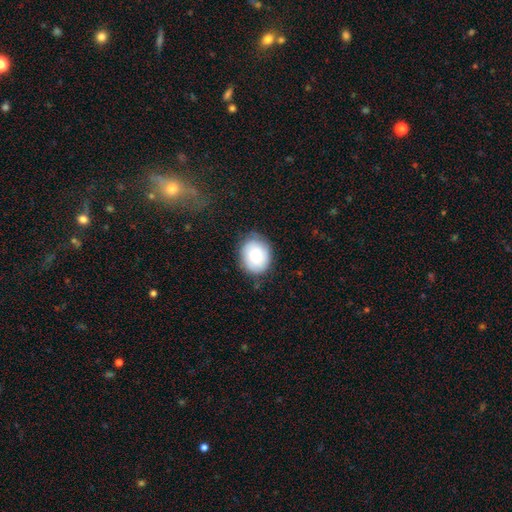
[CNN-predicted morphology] The model was most divided on "how rounded": in between: 53%, round: 46%, cigar-shaped: 1%. More confident: smooth or featured — smooth (79%); merging — none (75%).